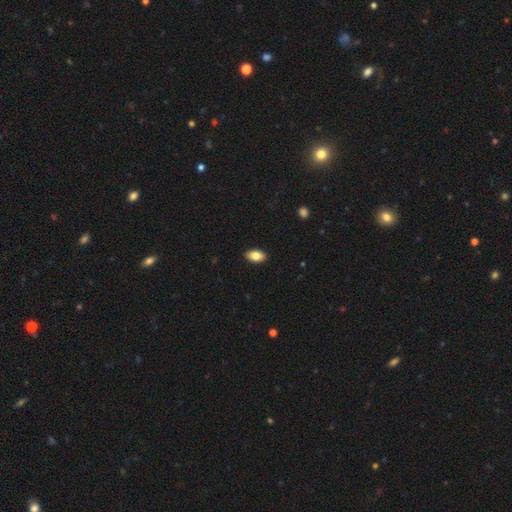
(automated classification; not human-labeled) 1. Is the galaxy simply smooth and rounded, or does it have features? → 83% smooth, 10% featured or disk, 7% star or artifact.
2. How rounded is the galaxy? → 93% in between, 5% round, 2% cigar-shaped.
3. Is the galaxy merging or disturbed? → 91% none, 7% minor disturbance, 2% major disturbance, 1% merger.